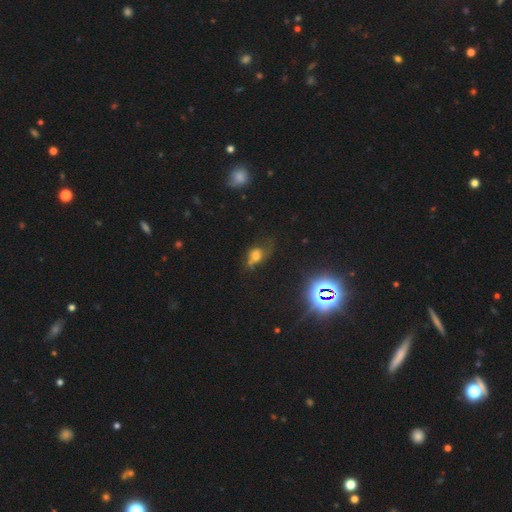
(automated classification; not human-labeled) Overall: smooth (43%; featured or disk 34%). Merging: none (39%; major disturbance 28%).